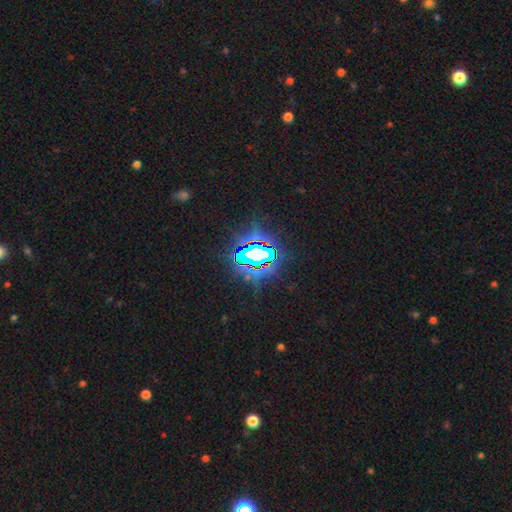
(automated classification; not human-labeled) smooth_or_featured: star or artifact (p=0.77) [alt: featured or disk p=0.12]